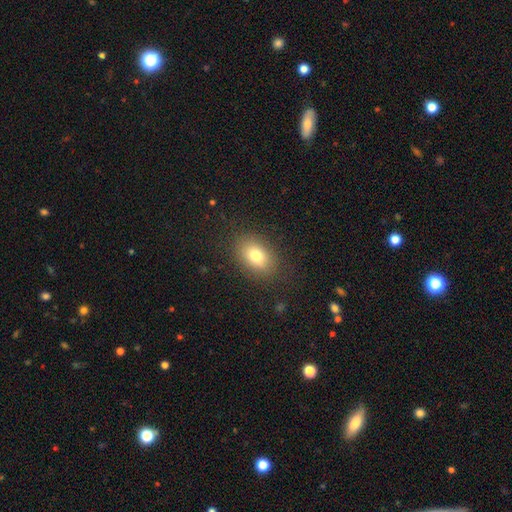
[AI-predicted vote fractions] smooth 79%, featured or disk 11%, star or artifact 10%. Down the decision tree: how rounded — in between (80%); merging — none (85%).